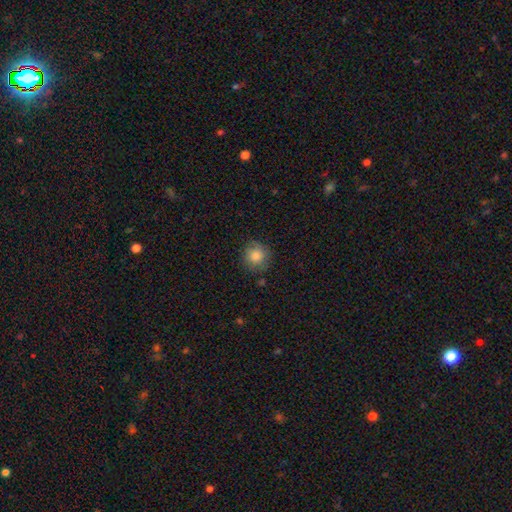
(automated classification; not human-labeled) Overall: smooth (83%). How rounded: round (93%). Merging: none (82%).